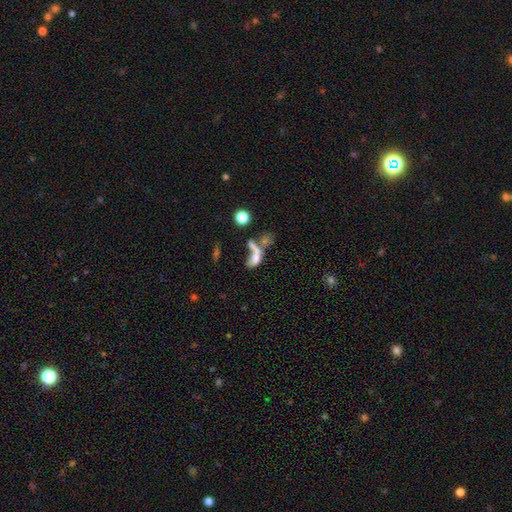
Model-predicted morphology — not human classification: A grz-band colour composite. It shows a smooth galaxy with no disk features (55%) that is in between round and cigar-shaped (67%). Merging: merger (54%).